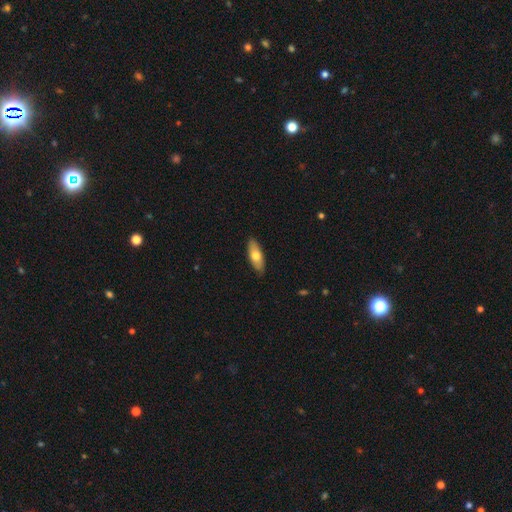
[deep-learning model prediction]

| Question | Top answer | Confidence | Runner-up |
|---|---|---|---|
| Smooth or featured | smooth | 67% | featured or disk (27%) |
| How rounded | in between | 72% | cigar-shaped (26%) |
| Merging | none | 88% | minor disturbance (10%) |